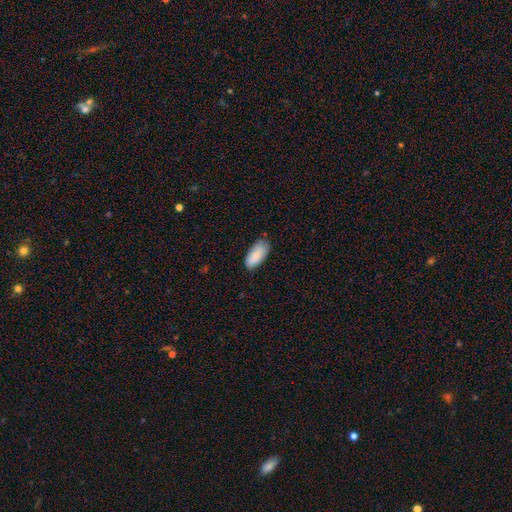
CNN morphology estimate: smooth-or-featured: smooth: 83% | featured or disk: 10% | star or artifact: 6%
  how-rounded: in between: 92% | cigar-shaped: 6% | round: 2%
  merging: none: 75% | minor disturbance: 20% | major disturbance: 3% | merger: 1%